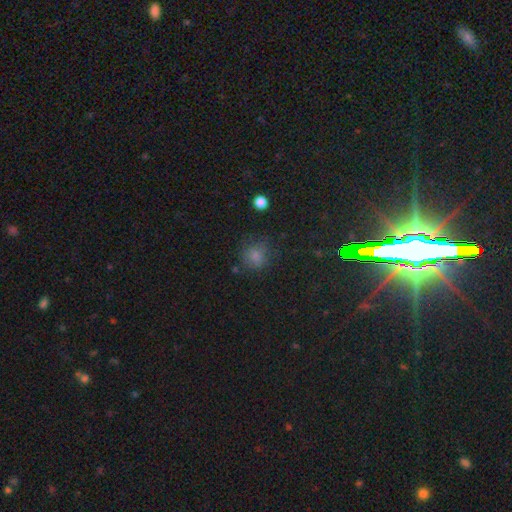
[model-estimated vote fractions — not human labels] Q: Smooth or featured?
A: smooth (74%); runner-up: star or artifact (17%)
Q: How rounded?
A: round (84%); runner-up: in between (15%)
Q: Merging?
A: none (68%); runner-up: minor disturbance (19%)